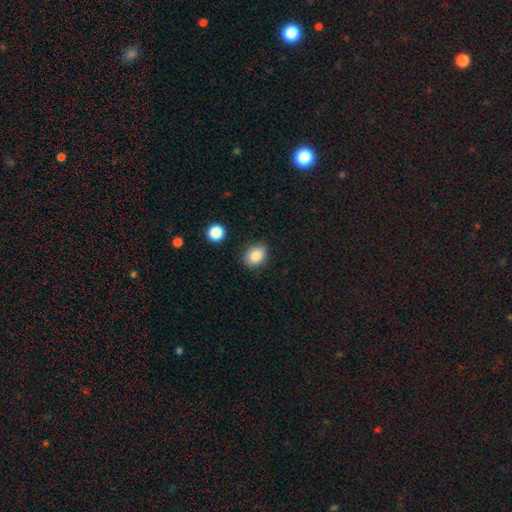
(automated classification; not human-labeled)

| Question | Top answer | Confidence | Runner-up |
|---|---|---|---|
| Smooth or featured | smooth | 86% | star or artifact (9%) |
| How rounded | in between | 53% | round (46%) |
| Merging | none | 84% | minor disturbance (11%) |